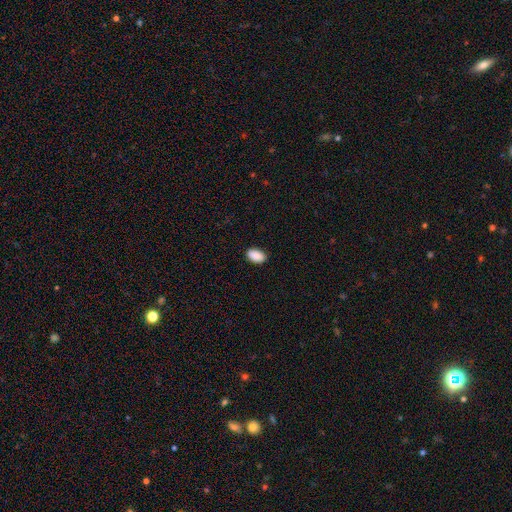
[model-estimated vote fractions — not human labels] smooth 91%, star or artifact 7%, featured or disk 3%. Down the decision tree: how rounded — in between (92%); merging — none (88%).